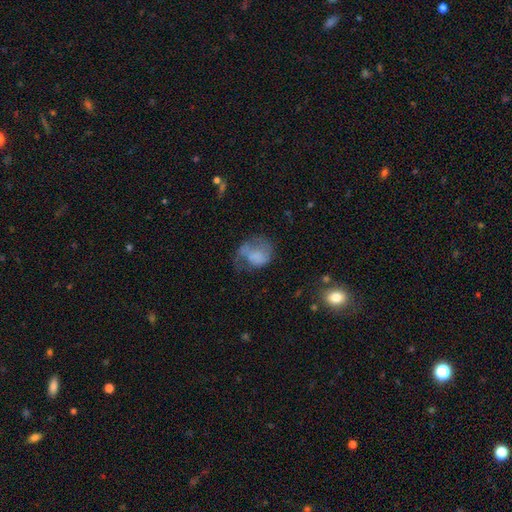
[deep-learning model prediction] The model was most divided on "how rounded": round: 54%, in between: 45%, cigar-shaped: 1%. Remaining: smooth or featured — smooth (54%); merging — major disturbance (42%).